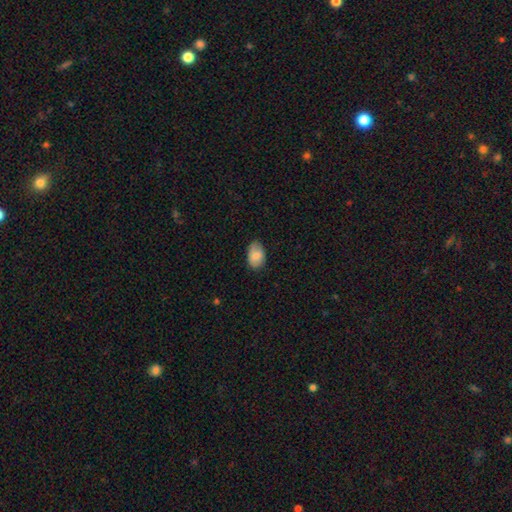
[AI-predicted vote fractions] Overall: smooth (80%). How rounded: in between (88%). Merging: none (68%).